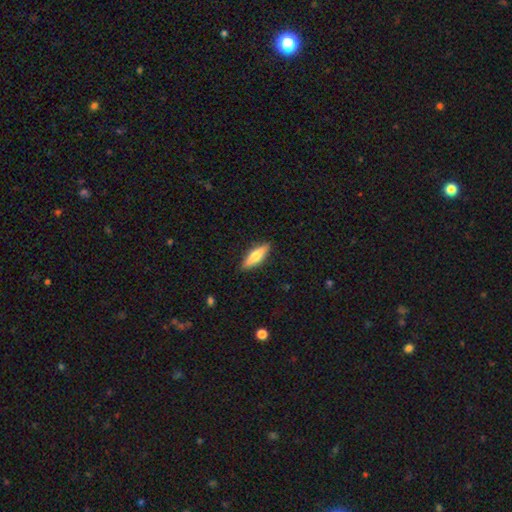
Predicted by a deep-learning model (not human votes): The model was most divided on "smooth or featured": smooth: 54%, featured or disk: 40%, star or artifact: 6%. More confident: merging — none (88%); how rounded — cigar-shaped (65%).